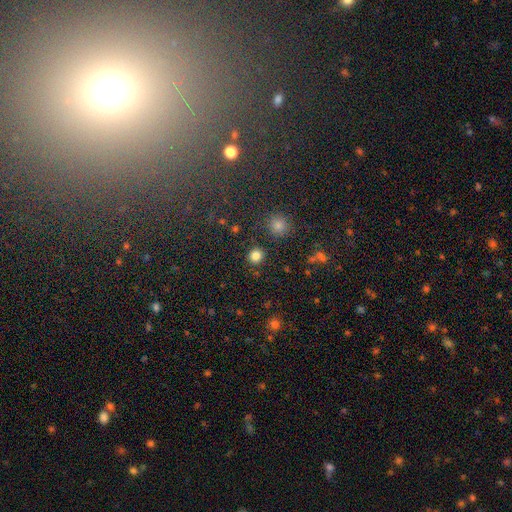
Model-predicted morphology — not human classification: Smooth or featured? Predicted: smooth (p=0.83). How rounded? Predicted: round (p=0.87). Merging? Predicted: none (p=0.89).